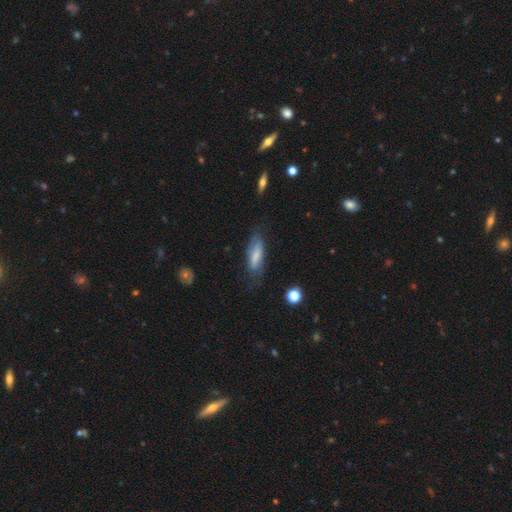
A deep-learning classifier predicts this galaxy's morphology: The model was most divided on "how rounded" (2-way tie): cigar-shaped: 49%, in between: 49%, round: 2%. More confident: smooth or featured — smooth (63%); merging — none (62%).